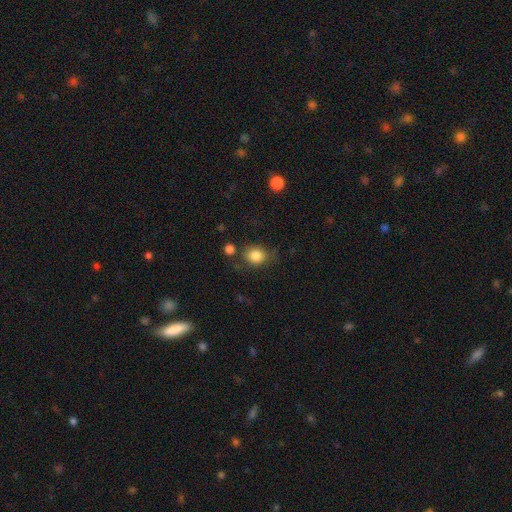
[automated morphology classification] Q: Smooth or featured?
A: smooth (83%); runner-up: star or artifact (10%)
Q: How rounded?
A: round (66%); runner-up: in between (33%)
Q: Merging?
A: none (69%); runner-up: minor disturbance (18%)